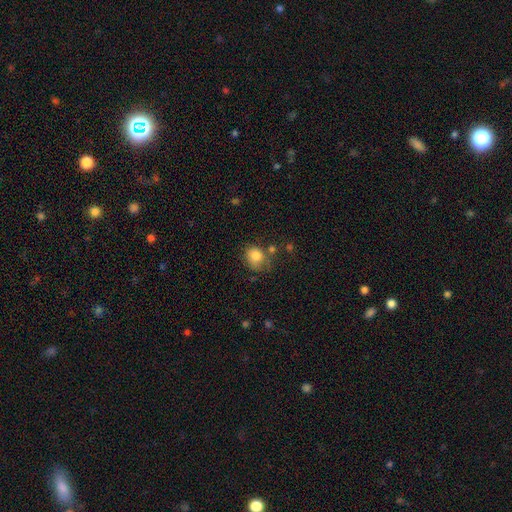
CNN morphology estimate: type=smooth (82%); roundness=round (67%); merging=none (56%).